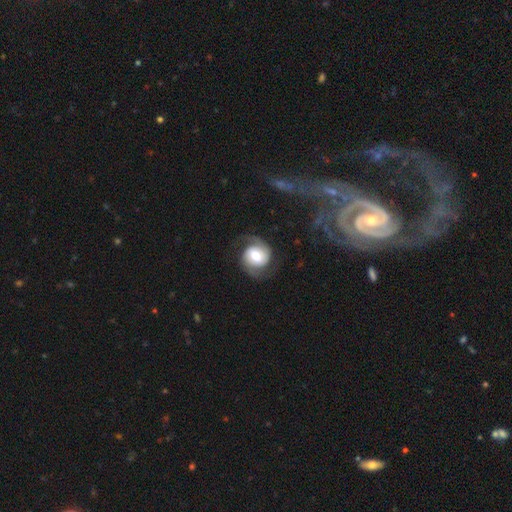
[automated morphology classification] Smooth or featured? Predicted: featured or disk (p=0.75). Edge-on disk? Predicted: no (p=0.98). Bar? Predicted: no (p=0.53). Spiral arms? Predicted: yes (p=0.93). Spiral winding? Predicted: medium (p=0.45). Spiral arm count? Predicted: 2 (p=0.89). Bulge size? Predicted: moderate (p=0.63). Merging? Predicted: none (p=0.73).